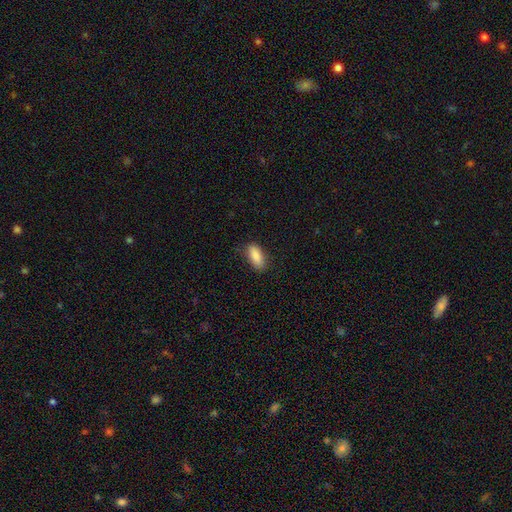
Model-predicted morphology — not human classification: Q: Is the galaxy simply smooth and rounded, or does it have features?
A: smooth — 88%.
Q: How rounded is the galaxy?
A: in between — 84%.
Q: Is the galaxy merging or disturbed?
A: none — 82%.